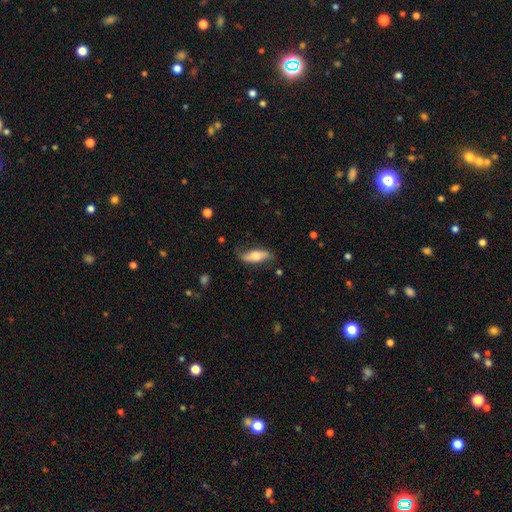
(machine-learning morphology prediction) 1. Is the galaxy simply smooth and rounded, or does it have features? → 49% featured or disk, 45% smooth, 6% star or artifact.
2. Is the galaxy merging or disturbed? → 67% none, 23% minor disturbance, 8% major disturbance, 2% merger.